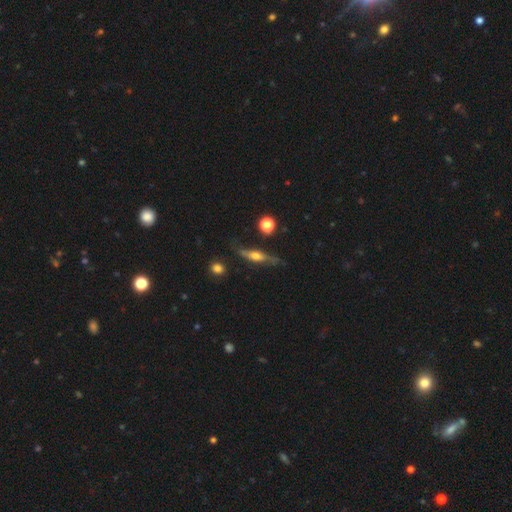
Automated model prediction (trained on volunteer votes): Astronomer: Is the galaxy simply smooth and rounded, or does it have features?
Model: featured or disk — 61%.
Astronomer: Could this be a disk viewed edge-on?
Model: yes — 83%.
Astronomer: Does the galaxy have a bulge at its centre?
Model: rounded — 85%.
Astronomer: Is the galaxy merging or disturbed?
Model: none — 63%.